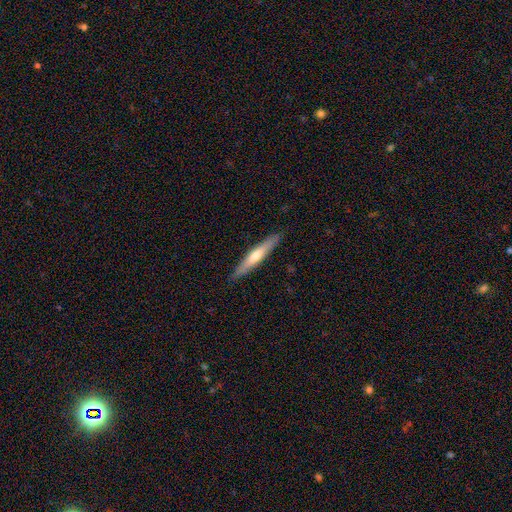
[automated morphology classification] Smooth or featured?
  - smooth: 48% *
  - featured or disk: 47%
  - star or artifact: 5%
Merging?
  - none: 89% *
  - minor disturbance: 8%
  - major disturbance: 1%
  - merger: 1%